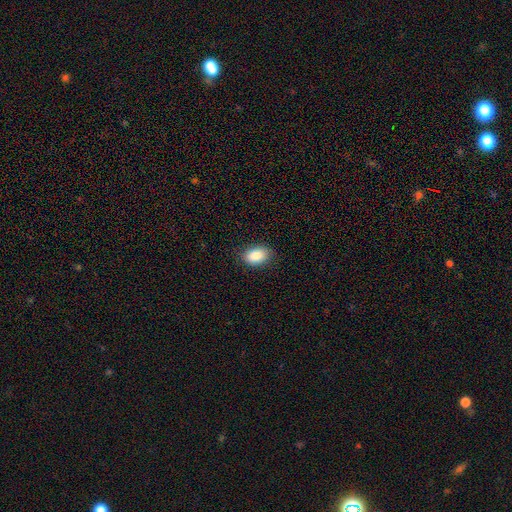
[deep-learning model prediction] Q: Smooth or featured?
A: smooth (88%); runner-up: star or artifact (7%)
Q: How rounded?
A: in between (86%); runner-up: round (12%)
Q: Merging?
A: none (85%); runner-up: minor disturbance (12%)